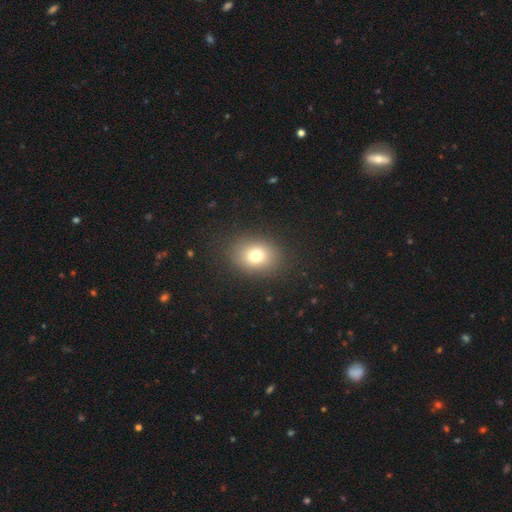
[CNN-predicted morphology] A smooth galaxy with no disk features (75%) that is round (50%).

Vote fractions:
- Smooth or featured? smooth: 75% / star or artifact: 13% / featured or disk: 11%
- How rounded? round: 50% / in between: 49% / cigar-shaped: 1%
- Merging? none: 87% / minor disturbance: 8% / major disturbance: 4% / merger: 1%